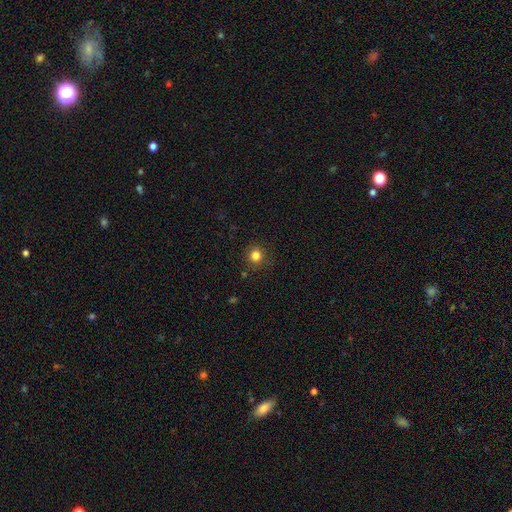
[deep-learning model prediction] Smooth or featured?
  - smooth: 82% *
  - star or artifact: 13%
  - featured or disk: 5%
How rounded?
  - round: 90% *
  - in between: 9%
  - cigar-shaped: 1%
Merging?
  - none: 88% *
  - minor disturbance: 8%
  - major disturbance: 3%
  - merger: 1%